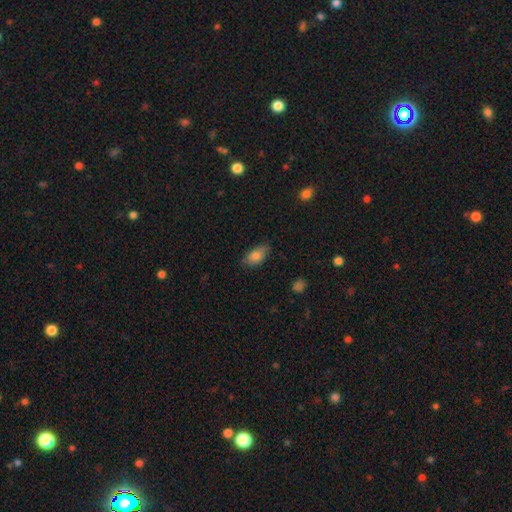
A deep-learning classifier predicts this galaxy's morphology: Smooth or featured: smooth — 83% (featured or disk — 9%)
How rounded: in between — 91% (round — 5%)
Merging: none — 73% (minor disturbance — 21%)